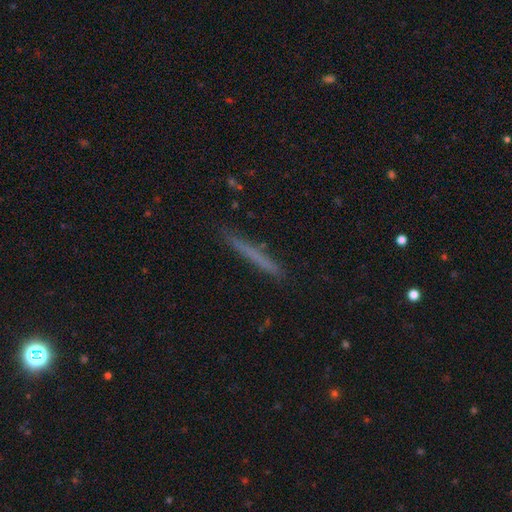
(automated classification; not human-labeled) Smooth or featured? smooth (60%)
How rounded? cigar-shaped (97%)
Merging? none (88%)